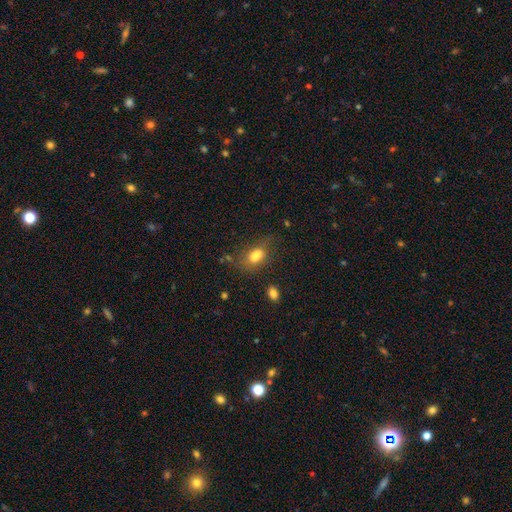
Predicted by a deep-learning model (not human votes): smooth 77%, featured or disk 13%, star or artifact 11%. Down the decision tree: how rounded — in between (85%); merging — none (51%).